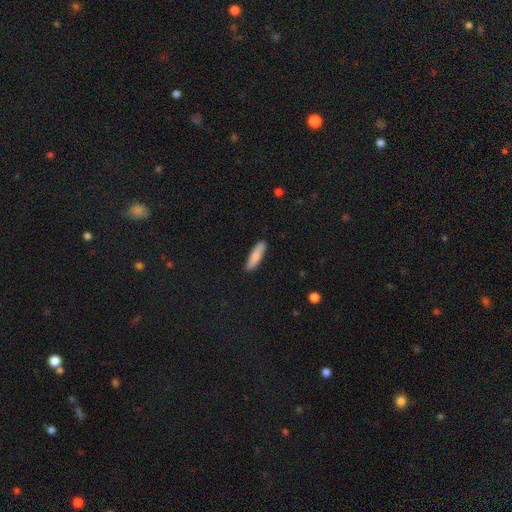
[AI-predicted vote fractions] smooth 83%, featured or disk 11%, star or artifact 6%. Down the decision tree: how rounded — cigar-shaped (76%); merging — none (89%).